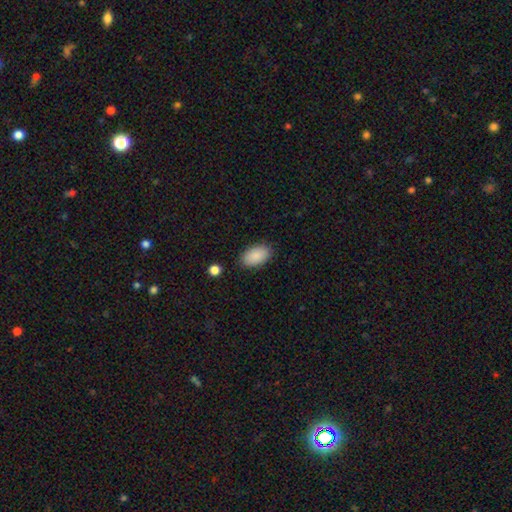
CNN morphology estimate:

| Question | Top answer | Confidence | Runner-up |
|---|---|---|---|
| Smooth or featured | smooth | 89% | star or artifact (7%) |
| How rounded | in between | 94% | round (4%) |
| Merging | none | 86% | minor disturbance (10%) |